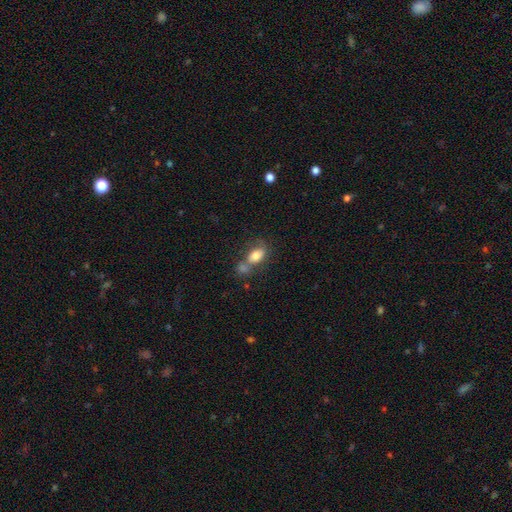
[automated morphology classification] Overall: smooth (73%). How rounded: in between (85%). Merging: merger (44%; none 31%).